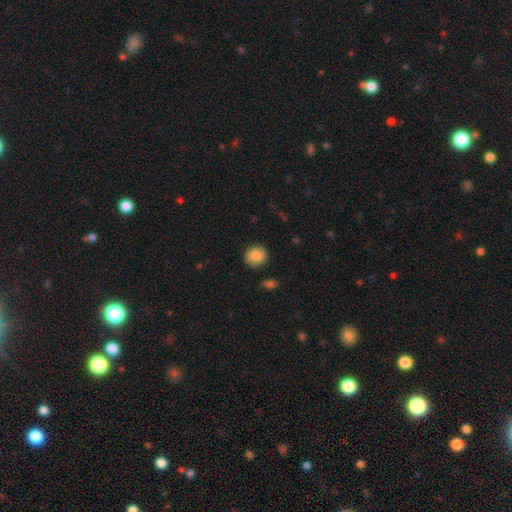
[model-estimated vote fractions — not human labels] Smooth or featured? smooth (86%)
How rounded? round (87%)
Merging? none (90%)